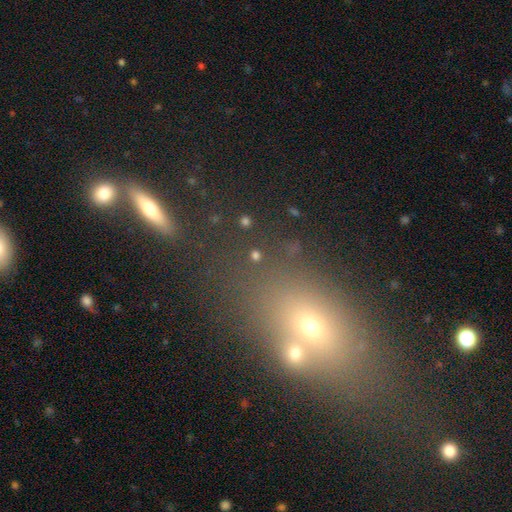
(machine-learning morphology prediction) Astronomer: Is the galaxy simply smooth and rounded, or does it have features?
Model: smooth — 68%.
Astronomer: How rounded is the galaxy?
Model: round — 88%.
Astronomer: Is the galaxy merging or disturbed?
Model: none — 86%.